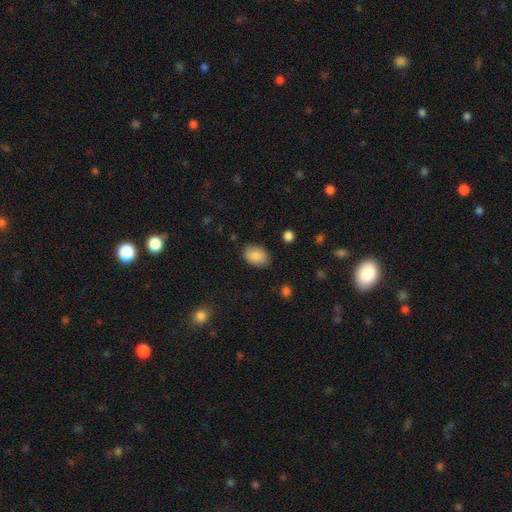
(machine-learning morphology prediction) type=smooth (86%); roundness=in between (81%); merging=none (82%).